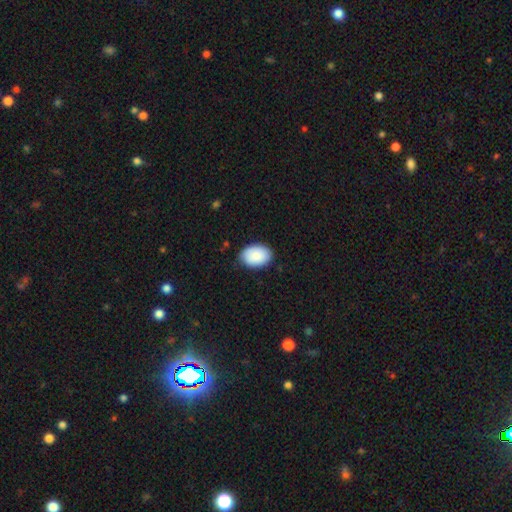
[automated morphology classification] smooth-or-featured: smooth: 89% | star or artifact: 6% | featured or disk: 6%
  how-rounded: in between: 86% | round: 13% | cigar-shaped: 1%
  merging: none: 84% | minor disturbance: 13% | major disturbance: 2% | merger: 1%